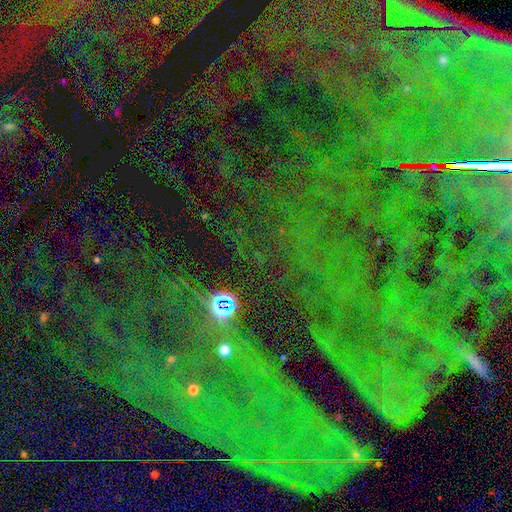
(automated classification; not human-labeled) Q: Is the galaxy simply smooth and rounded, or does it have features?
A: star or artifact — 80%.